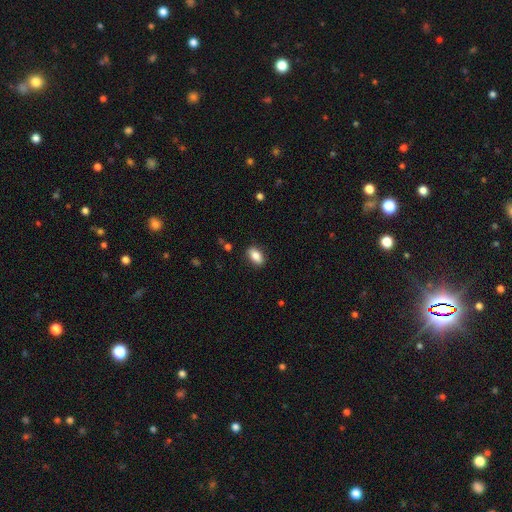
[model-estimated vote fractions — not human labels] This appears to be a smooth galaxy with no disk features (84%) that is in between round and cigar-shaped (89%). Merging: none (87%).